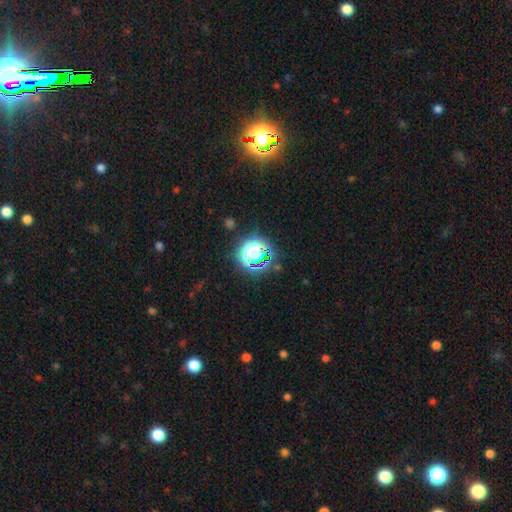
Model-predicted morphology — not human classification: Overall: star or artifact (57%; smooth 31%).